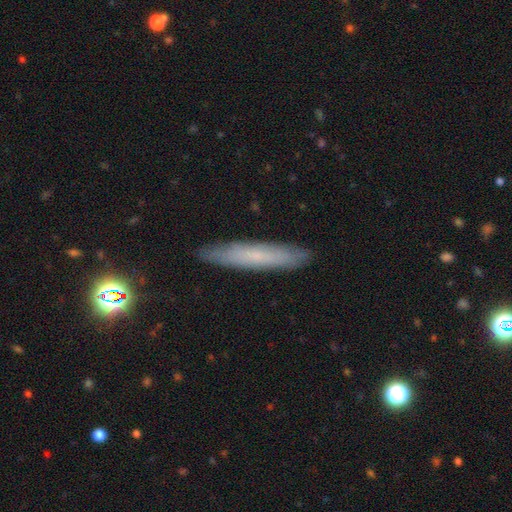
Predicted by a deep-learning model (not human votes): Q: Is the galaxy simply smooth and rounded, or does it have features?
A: smooth — 56%.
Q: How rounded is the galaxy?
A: cigar-shaped — 91%.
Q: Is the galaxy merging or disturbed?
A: none — 88%.